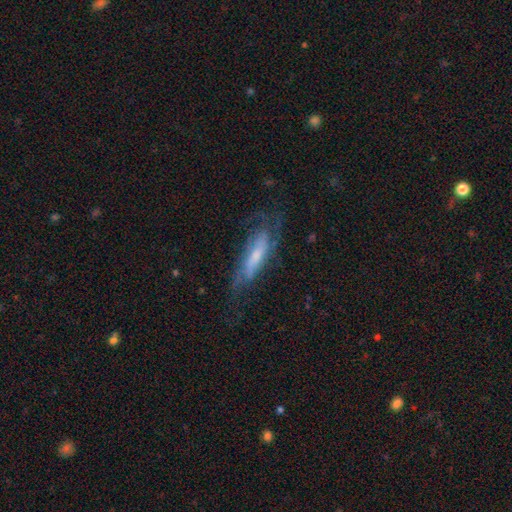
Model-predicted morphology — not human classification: Smooth or featured: featured or disk — 69% (smooth — 24%)
Edge-on disk: no — 68% (yes — 32%)
Merging: none — 62% (minor disturbance — 21%)